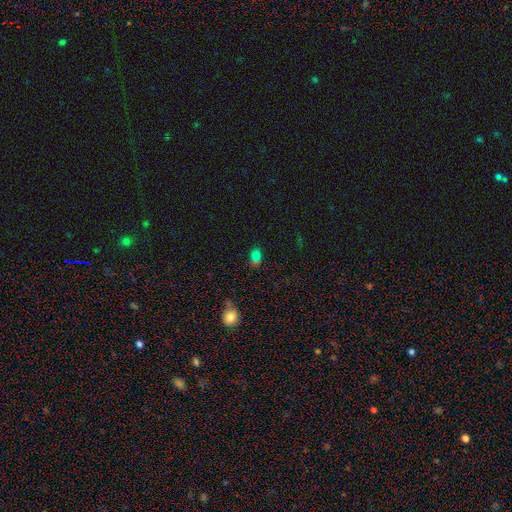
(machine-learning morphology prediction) The model was most divided on "how rounded": in between: 53%, round: 45%, cigar-shaped: 2%. More confident: smooth or featured — smooth (70%); merging — none (53%).